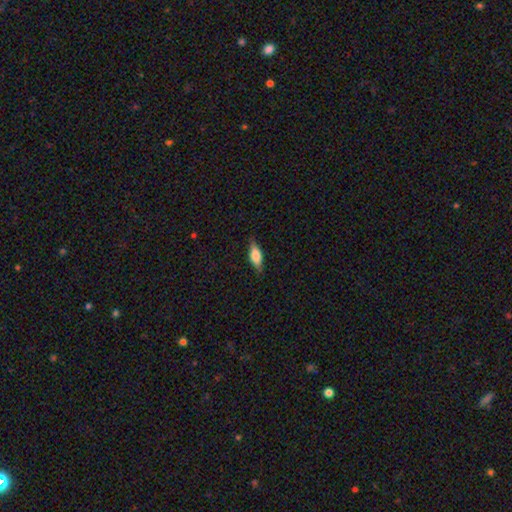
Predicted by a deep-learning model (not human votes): Overall: smooth (68%). How rounded: in between (70%). Merging: none (82%).